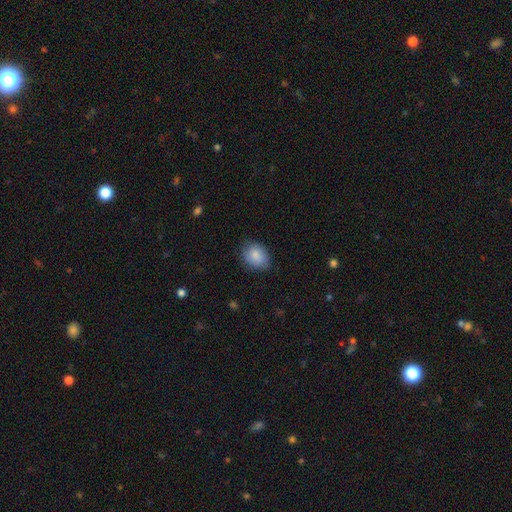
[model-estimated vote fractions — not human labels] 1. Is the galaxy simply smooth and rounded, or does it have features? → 85% smooth, 8% featured or disk, 7% star or artifact.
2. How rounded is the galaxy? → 64% in between, 35% round, 1% cigar-shaped.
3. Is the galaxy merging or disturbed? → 77% none, 18% minor disturbance, 4% major disturbance, 1% merger.